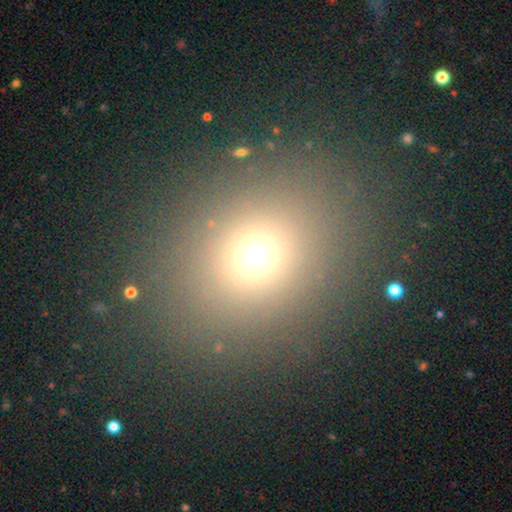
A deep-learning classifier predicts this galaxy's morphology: Smooth or featured?
  - smooth: 67% *
  - star or artifact: 24%
  - featured or disk: 9%
How rounded?
  - round: 68% *
  - in between: 31%
  - cigar-shaped: 1%
Merging?
  - none: 85% *
  - minor disturbance: 7%
  - major disturbance: 5%
  - merger: 2%